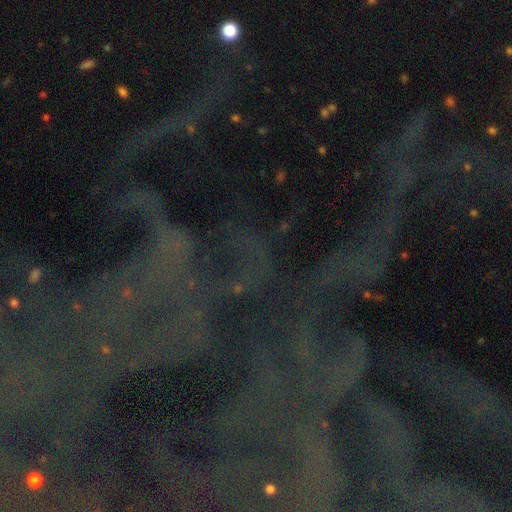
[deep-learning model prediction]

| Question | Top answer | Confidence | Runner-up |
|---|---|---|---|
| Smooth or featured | star or artifact | 74% | featured or disk (15%) |